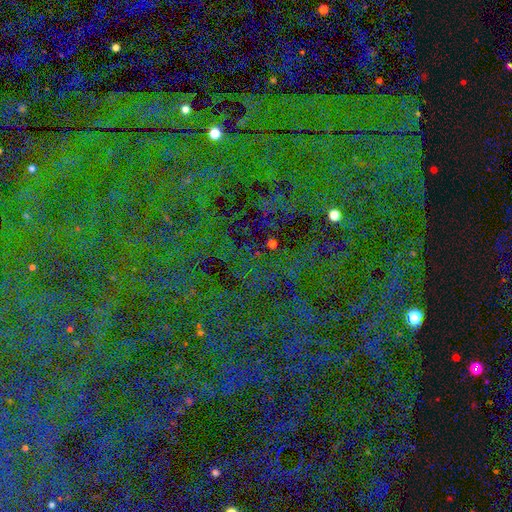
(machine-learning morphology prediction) A star or artifact, not a galaxy (82%).